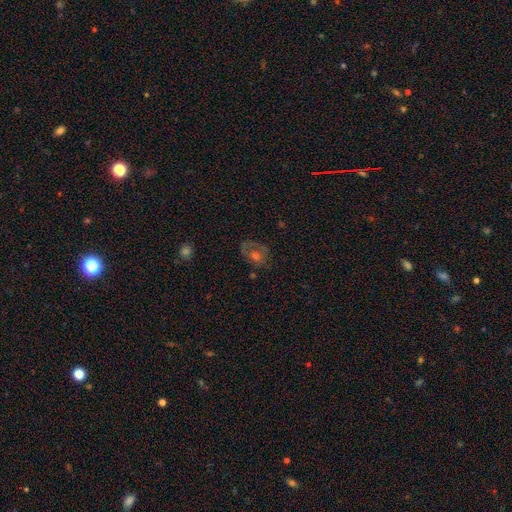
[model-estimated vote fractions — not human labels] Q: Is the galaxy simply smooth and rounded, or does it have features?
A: featured or disk — 47%.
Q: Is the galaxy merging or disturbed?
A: none — 59%.